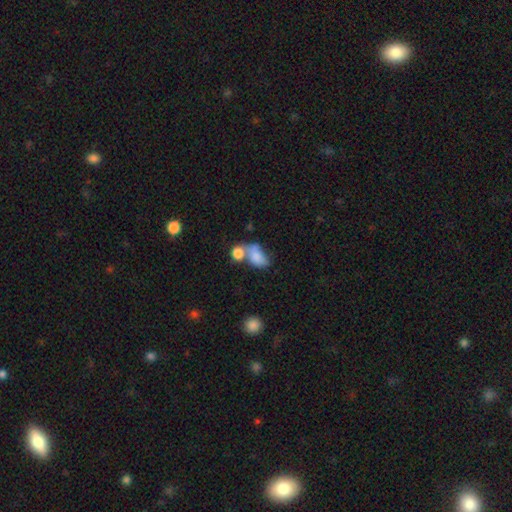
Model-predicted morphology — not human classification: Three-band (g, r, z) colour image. It shows a smooth galaxy with no disk features (77%) that is in between round and cigar-shaped (81%). Merging: merger (56%).